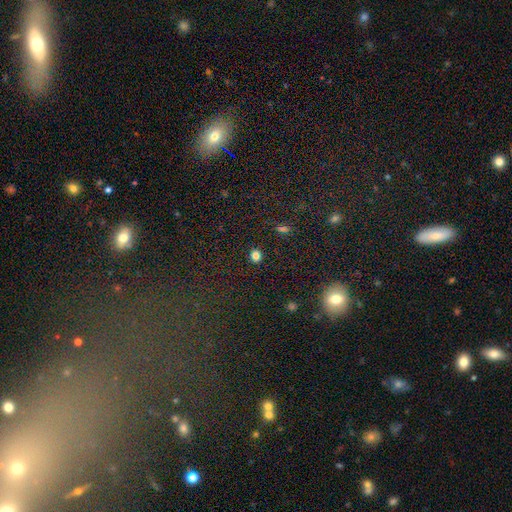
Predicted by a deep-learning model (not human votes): Morphology: type=smooth (80%); roundness=round (75%); merging=none (91%).